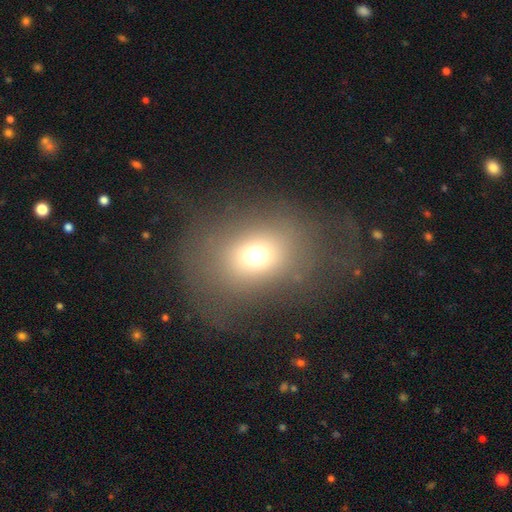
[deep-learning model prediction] Morphology: type=smooth (67%); roundness=round (50%); merging=none (71%).